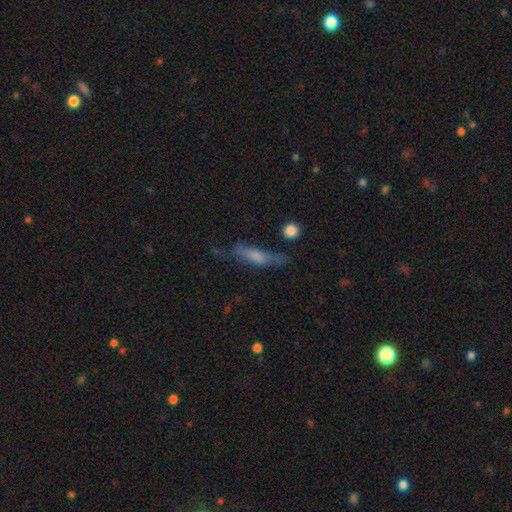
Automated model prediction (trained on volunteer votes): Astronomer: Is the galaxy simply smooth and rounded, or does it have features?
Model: smooth — 48% (runner-up: featured or disk, 41%).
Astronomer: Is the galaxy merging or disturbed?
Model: none — 56%.